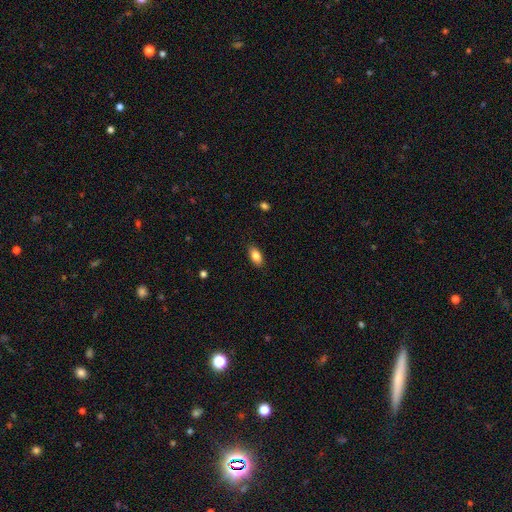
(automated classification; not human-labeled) Smooth or featured?
  - smooth: 84% *
  - featured or disk: 8%
  - star or artifact: 8%
How rounded?
  - in between: 90% *
  - cigar-shaped: 5%
  - round: 5%
Merging?
  - none: 87% *
  - minor disturbance: 10%
  - major disturbance: 2%
  - merger: 1%